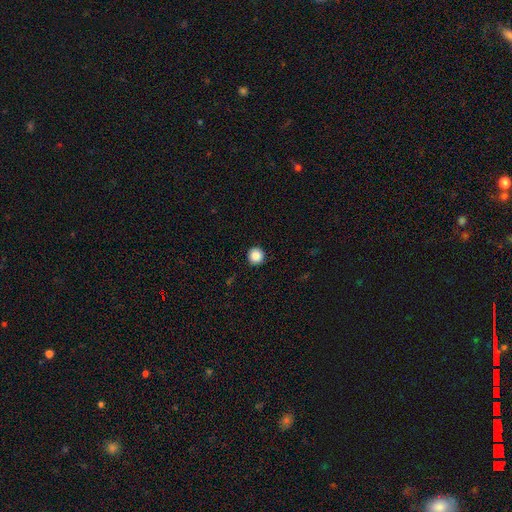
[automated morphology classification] The model was most divided on "smooth or featured": smooth: 88%, star or artifact: 9%, featured or disk: 3%. More confident: how rounded — round (96%); merging — none (93%).